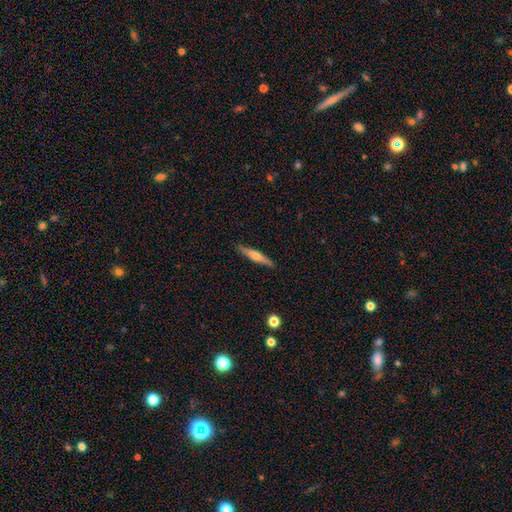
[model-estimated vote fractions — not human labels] smooth-or-featured: featured or disk: 48% | smooth: 46% | star or artifact: 6%
  merging: none: 90% | minor disturbance: 7% | major disturbance: 1% | merger: 1%